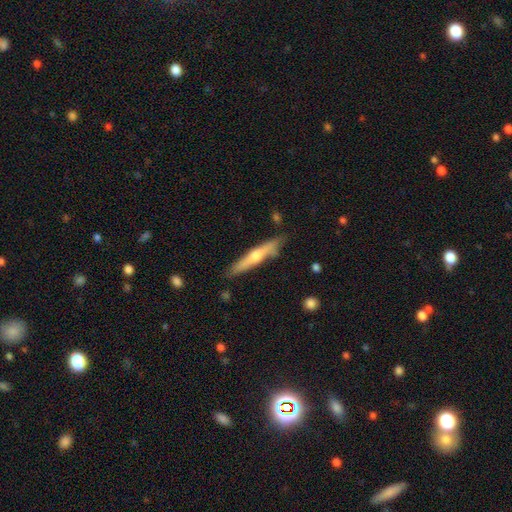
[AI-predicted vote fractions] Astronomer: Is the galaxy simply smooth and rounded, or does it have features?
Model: featured or disk — 55% (runner-up: smooth, 39%).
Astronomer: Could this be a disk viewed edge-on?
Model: yes — 92%.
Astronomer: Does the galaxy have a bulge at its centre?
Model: rounded — 82%.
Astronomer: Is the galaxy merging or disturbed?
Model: none — 85%.